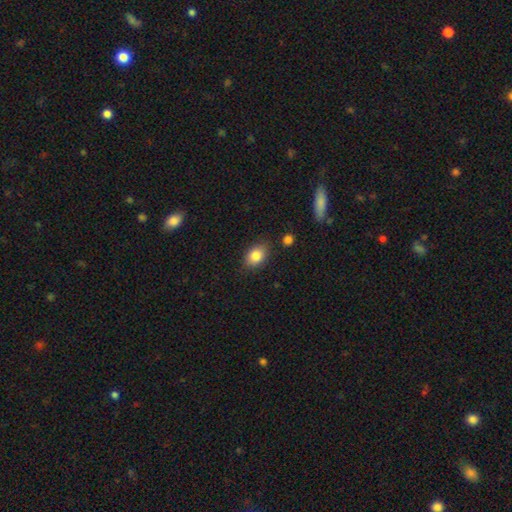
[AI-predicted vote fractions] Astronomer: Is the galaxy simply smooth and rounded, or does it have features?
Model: smooth — 84%.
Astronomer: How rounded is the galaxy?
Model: in between — 74%.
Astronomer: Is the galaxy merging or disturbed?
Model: none — 82%.